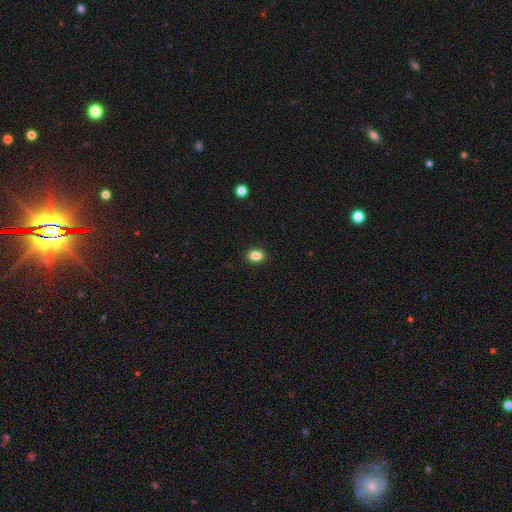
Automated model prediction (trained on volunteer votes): This appears to be a smooth galaxy with no disk features (85%) that is in between round and cigar-shaped (56%). Merging: none (91%).